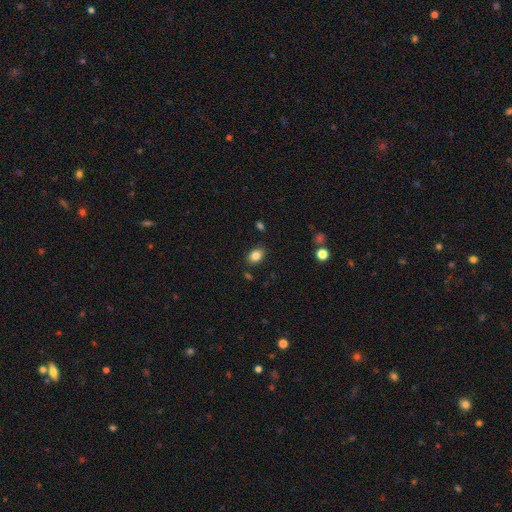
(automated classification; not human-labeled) Smooth or featured?
  - smooth: 84% *
  - star or artifact: 9%
  - featured or disk: 6%
How rounded?
  - in between: 78% *
  - round: 21%
  - cigar-shaped: 1%
Merging?
  - none: 84% *
  - minor disturbance: 11%
  - major disturbance: 3%
  - merger: 2%